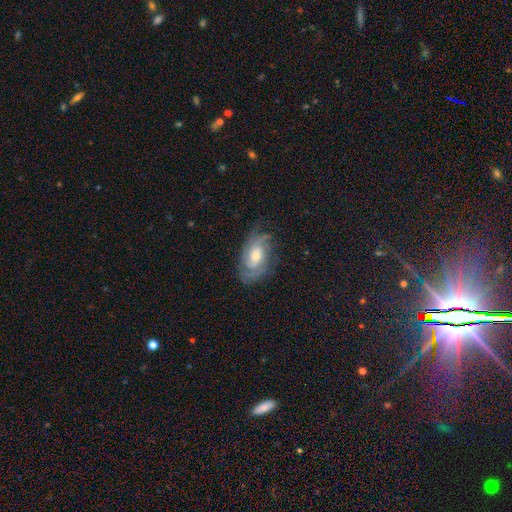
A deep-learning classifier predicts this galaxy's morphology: Smooth or featured?
  - featured or disk: 81% *
  - smooth: 13%
  - star or artifact: 7%
Edge-on disk?
  - no: 95% *
  - yes: 5%
Bar?
  - no: 55% *
  - weak: 37%
  - strong: 9%
Spiral arms?
  - yes: 95% *
  - no: 5%
Spiral winding?
  - tight: 58% *
  - medium: 33%
  - loose: 9%
Spiral arm count?
  - 2: 30% *
  - can't tell: 28%
  - 3: 24%
  - 4: 8%
  - 1: 5%
  - more than 4: 5%
Bulge size?
  - moderate: 67% *
  - small: 24%
  - large: 7%
  - none: 2%
  - dominant: 1%
Merging?
  - none: 75% *
  - minor disturbance: 18%
  - major disturbance: 6%
  - merger: 1%